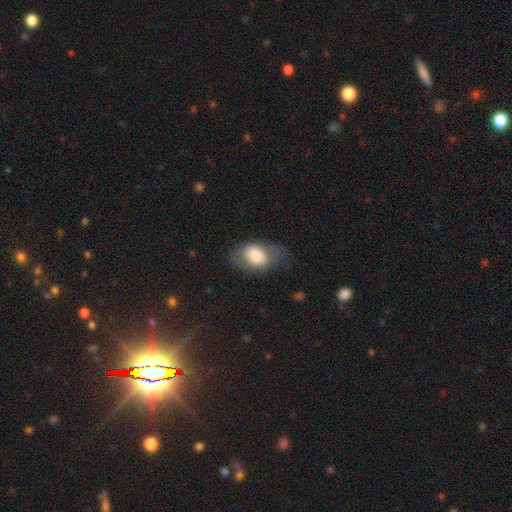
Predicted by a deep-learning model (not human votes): This appears to be a smooth galaxy with no disk features (71%) that is in between round and cigar-shaped (83%). Merging: none (52%).